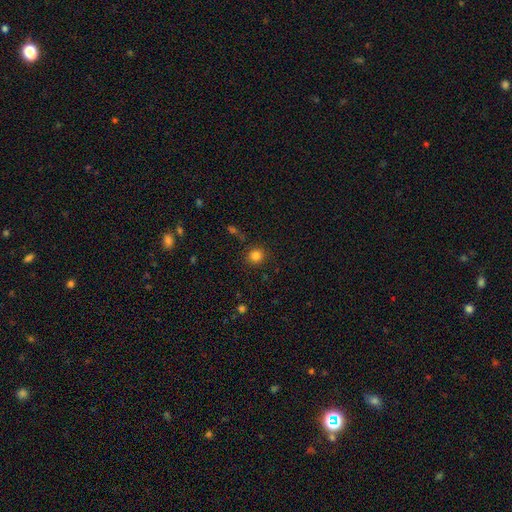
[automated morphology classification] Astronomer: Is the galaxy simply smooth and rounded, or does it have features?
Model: smooth — 83%.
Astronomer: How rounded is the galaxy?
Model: round — 90%.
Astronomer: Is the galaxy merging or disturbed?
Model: none — 87%.